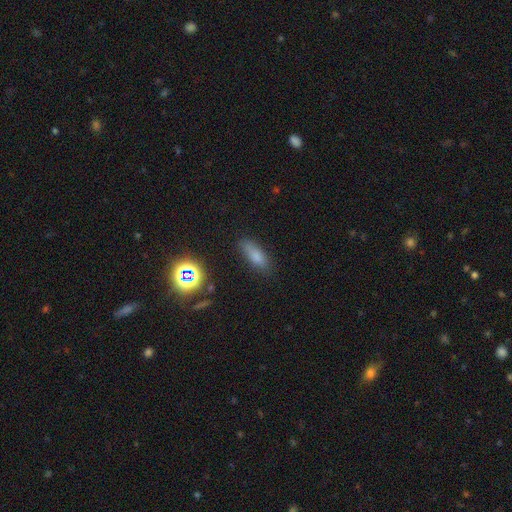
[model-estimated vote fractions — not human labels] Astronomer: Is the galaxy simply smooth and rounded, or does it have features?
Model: smooth — 76%.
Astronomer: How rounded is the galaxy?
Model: in between — 63%.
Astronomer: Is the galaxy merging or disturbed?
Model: none — 78%.